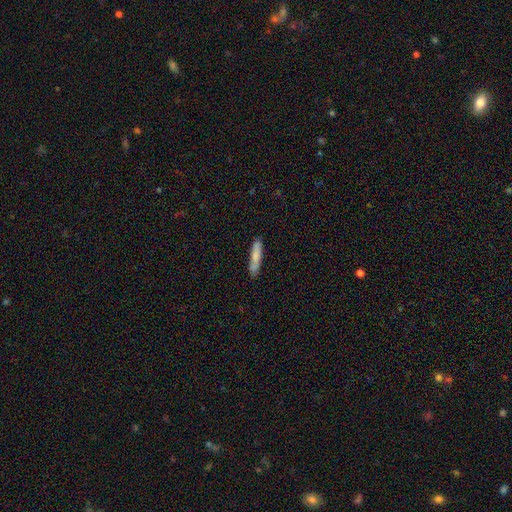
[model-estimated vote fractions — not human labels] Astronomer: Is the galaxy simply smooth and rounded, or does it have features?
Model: smooth — 76%.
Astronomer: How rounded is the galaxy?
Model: cigar-shaped — 87%.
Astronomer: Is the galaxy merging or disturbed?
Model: none — 82%.